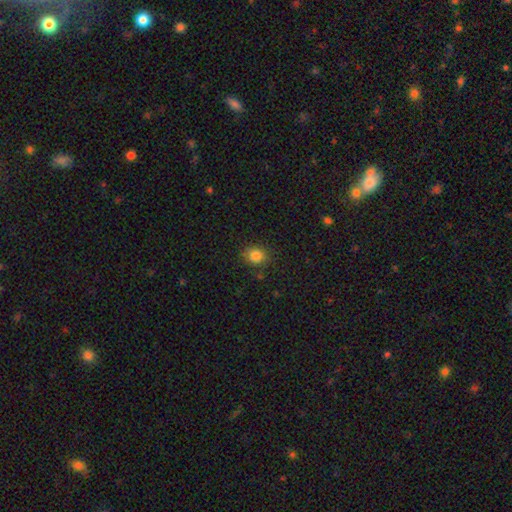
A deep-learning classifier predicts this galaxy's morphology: A smooth galaxy with no disk features (83%) that is round (73%).

Vote fractions:
- Smooth or featured? smooth: 83% / star or artifact: 12% / featured or disk: 5%
- How rounded? round: 73% / in between: 26% / cigar-shaped: 1%
- Merging? none: 84% / minor disturbance: 11% / major disturbance: 3% / merger: 2%